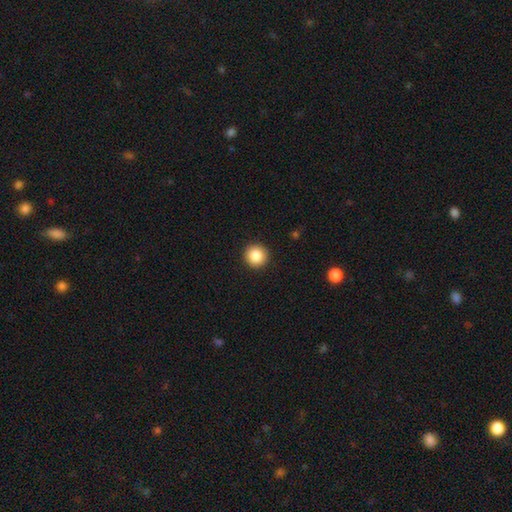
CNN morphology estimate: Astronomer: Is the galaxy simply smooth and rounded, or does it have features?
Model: smooth — 86%.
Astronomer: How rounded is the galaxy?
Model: round — 95%.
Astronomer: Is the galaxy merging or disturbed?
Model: none — 93%.